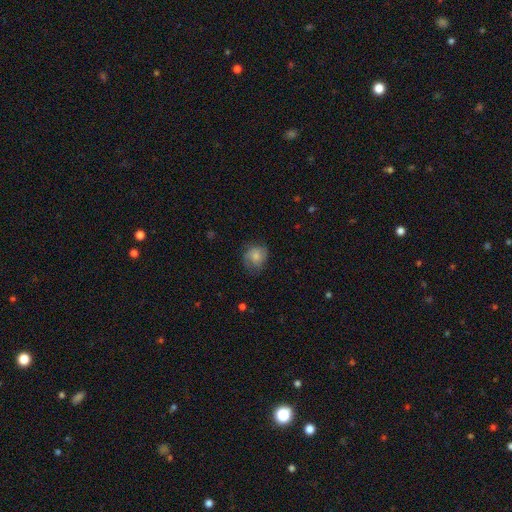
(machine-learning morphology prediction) smooth_or_featured: smooth (p=0.67) [alt: featured or disk p=0.25]
how_rounded: round (p=0.72) [alt: in between p=0.27]
merging: none (p=0.64) [alt: minor disturbance p=0.25]